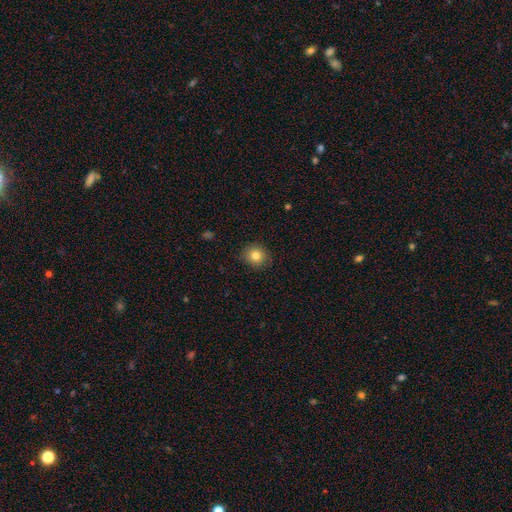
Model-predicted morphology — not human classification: Smooth or featured? Predicted: smooth (p=0.80). How rounded? Predicted: round (p=0.85). Merging? Predicted: none (p=0.87).